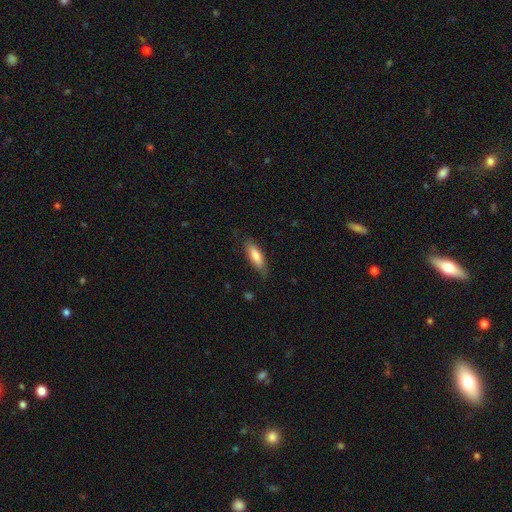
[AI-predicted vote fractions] A smooth galaxy with no disk features (76%) that is in between round and cigar-shaped (52%). Merging: none (76%).